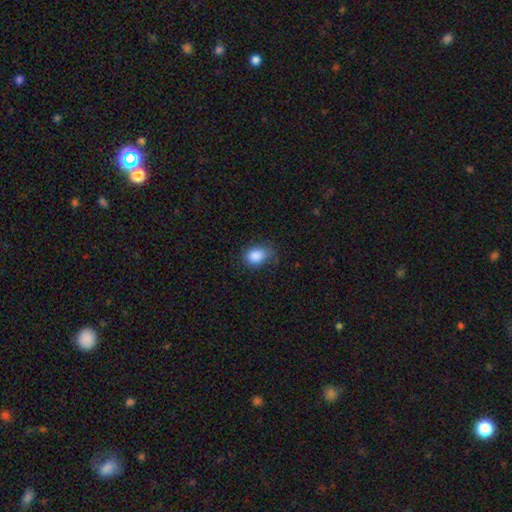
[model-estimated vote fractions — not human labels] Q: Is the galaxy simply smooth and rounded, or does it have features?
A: smooth — 87%.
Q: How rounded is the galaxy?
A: in between — 71%.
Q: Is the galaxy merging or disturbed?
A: none — 63%.